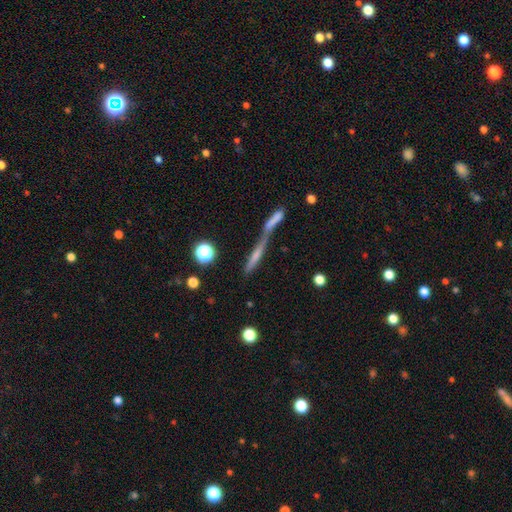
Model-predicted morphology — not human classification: smooth_or_featured: smooth (p=0.55) [alt: featured or disk p=0.32]
how_rounded: cigar-shaped (p=0.83) [alt: in between p=0.11]
merging: merger (p=0.59) [alt: none p=0.25]